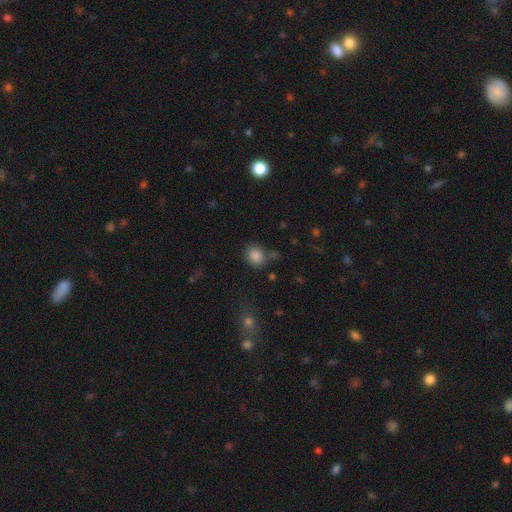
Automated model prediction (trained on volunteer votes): A smooth galaxy with no disk features (84%) that is round (67%). Merging: none (72%).